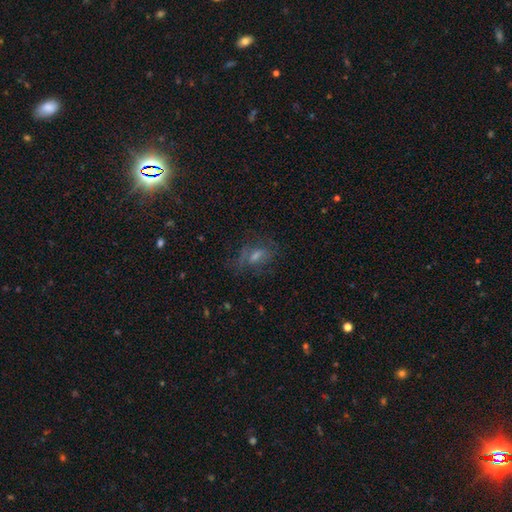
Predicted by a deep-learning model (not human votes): A featured or disk galaxy (38%).

Vote fractions:
- Smooth or featured? featured or disk: 38% / smooth: 32% / star or artifact: 30%
- Merging? none: 63% / minor disturbance: 19% / major disturbance: 16% / merger: 2%